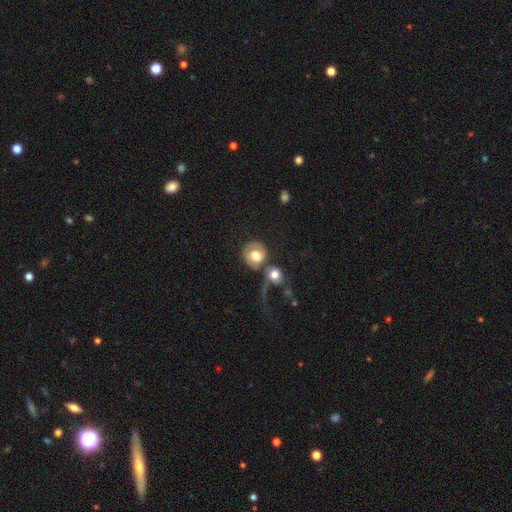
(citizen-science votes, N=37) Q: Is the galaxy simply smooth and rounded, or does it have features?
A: smooth — 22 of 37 (59%).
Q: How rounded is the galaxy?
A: round — 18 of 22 (82%).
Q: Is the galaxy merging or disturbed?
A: major disturbance — 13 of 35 (37%).